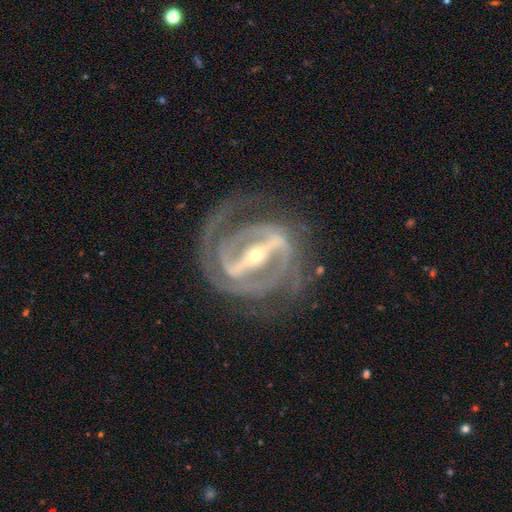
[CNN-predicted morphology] featured or disk 92%, star or artifact 5%, smooth 4%. Down the decision tree: edge-on disk — no (94%); bar — strong (85%); spiral arms — yes (95%); spiral arm count — 2 (71%); spiral winding — tight (54%); bulge size — small (73%); merging — none (67%).